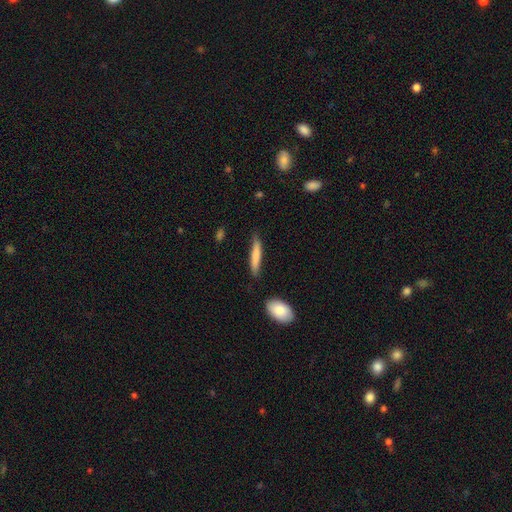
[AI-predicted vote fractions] Smooth or featured: smooth — 76% (featured or disk — 18%)
How rounded: cigar-shaped — 90% (in between — 9%)
Merging: none — 79% (minor disturbance — 16%)